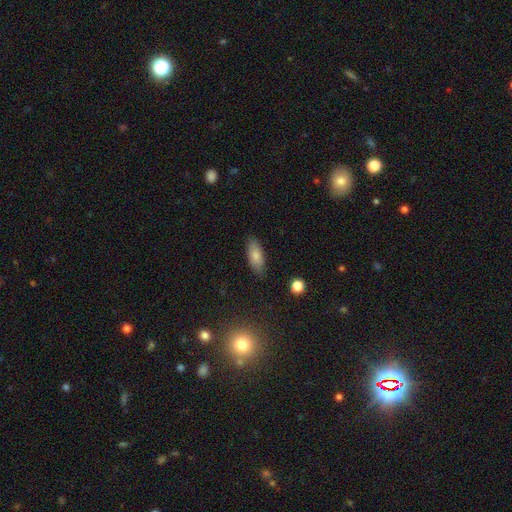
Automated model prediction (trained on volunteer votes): Smooth or featured? Predicted: smooth (p=0.79). How rounded? Predicted: in between (p=0.79). Merging? Predicted: none (p=0.83).